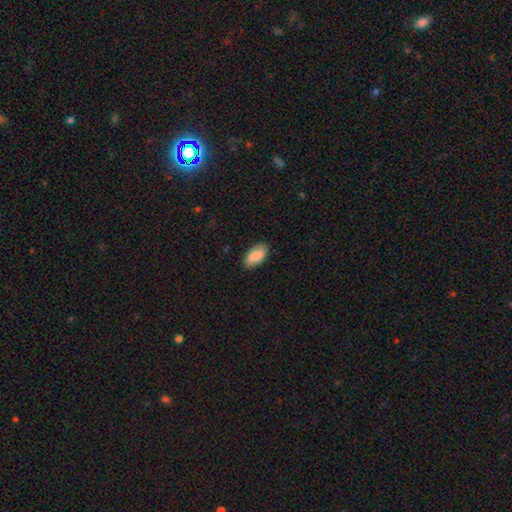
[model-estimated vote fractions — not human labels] This is clearly a smooth galaxy (87%). How rounded: clearly in between (94%). Merging: clearly none (85%).